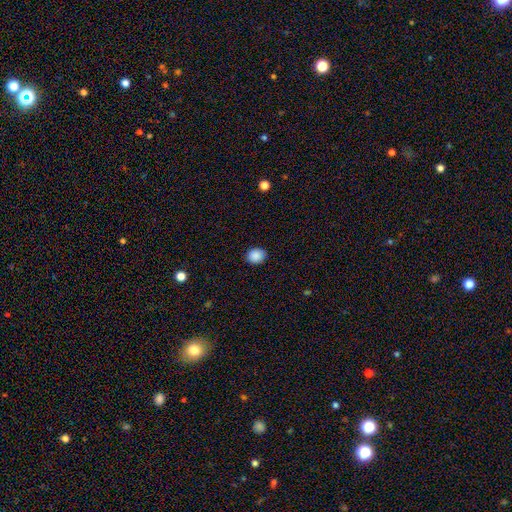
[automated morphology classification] Q: Smooth or featured?
A: smooth (89%); runner-up: star or artifact (9%)
Q: How rounded?
A: round (62%); runner-up: in between (37%)
Q: Merging?
A: none (88%); runner-up: minor disturbance (8%)